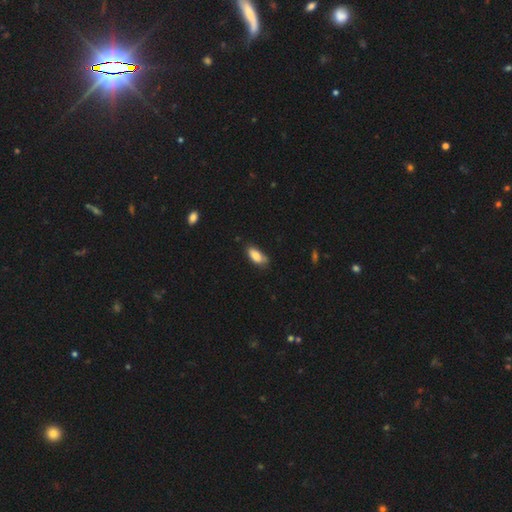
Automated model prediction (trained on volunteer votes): This appears to be a smooth galaxy with no disk features (83%) that is in between round and cigar-shaped (86%). Merging: none (67%).